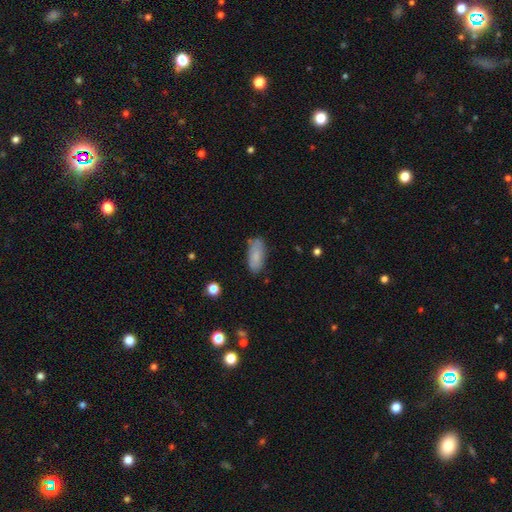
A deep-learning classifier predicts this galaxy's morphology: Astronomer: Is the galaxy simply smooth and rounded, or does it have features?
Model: smooth — 78%.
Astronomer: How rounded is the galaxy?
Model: in between — 87%.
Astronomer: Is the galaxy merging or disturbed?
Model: none — 72%.